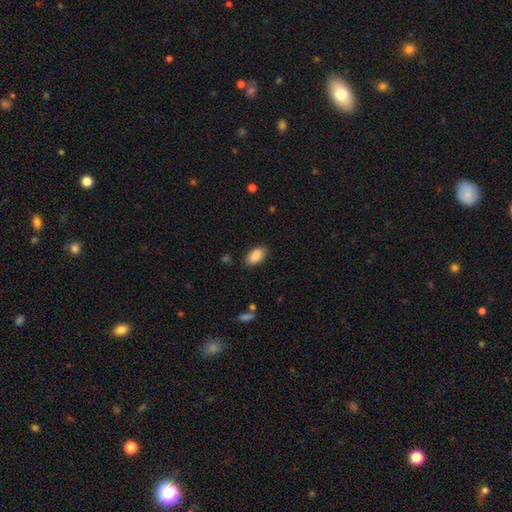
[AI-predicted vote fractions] smooth 89%, star or artifact 7%, featured or disk 4%. Down the decision tree: how rounded — in between (93%); merging — none (84%).